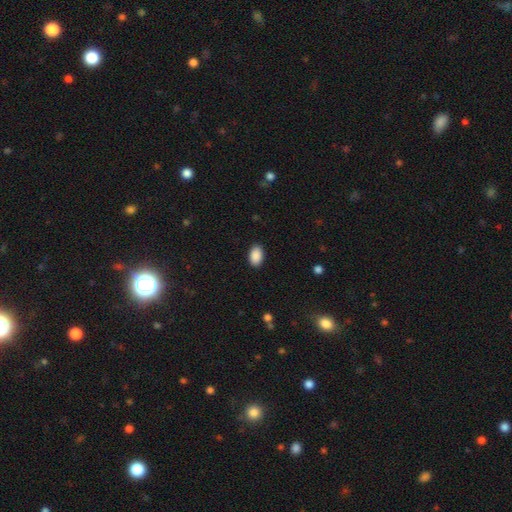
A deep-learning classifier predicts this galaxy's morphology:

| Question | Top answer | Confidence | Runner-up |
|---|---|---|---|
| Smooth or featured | smooth | 90% | star or artifact (7%) |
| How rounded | in between | 92% | round (7%) |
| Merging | none | 90% | minor disturbance (7%) |